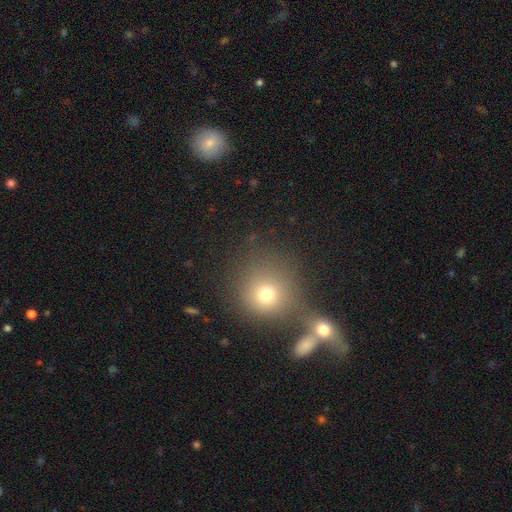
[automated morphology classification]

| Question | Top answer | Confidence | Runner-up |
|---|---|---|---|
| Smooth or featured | smooth | 64% | star or artifact (23%) |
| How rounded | round | 89% | in between (10%) |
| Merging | none | 64% | merger (18%) |